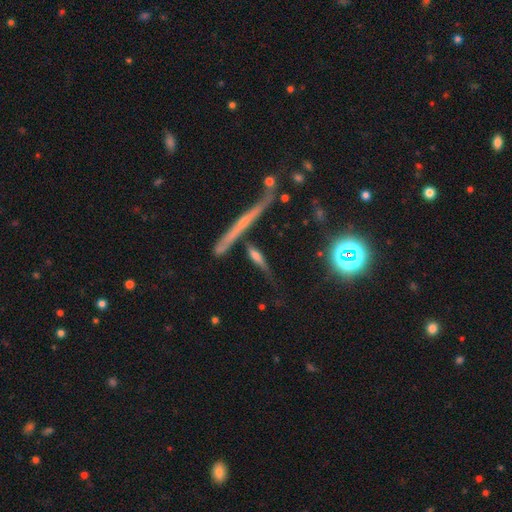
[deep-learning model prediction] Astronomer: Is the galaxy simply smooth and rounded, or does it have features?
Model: featured or disk — 55% (runner-up: smooth, 34%).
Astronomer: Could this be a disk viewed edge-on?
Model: yes — 85%.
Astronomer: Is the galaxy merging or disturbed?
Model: none — 57%.